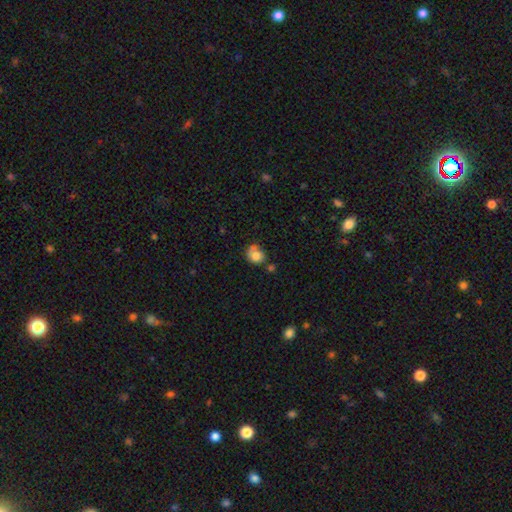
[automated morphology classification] A smooth galaxy with no disk features (75%) that is round (63%). Merging: none (44%).